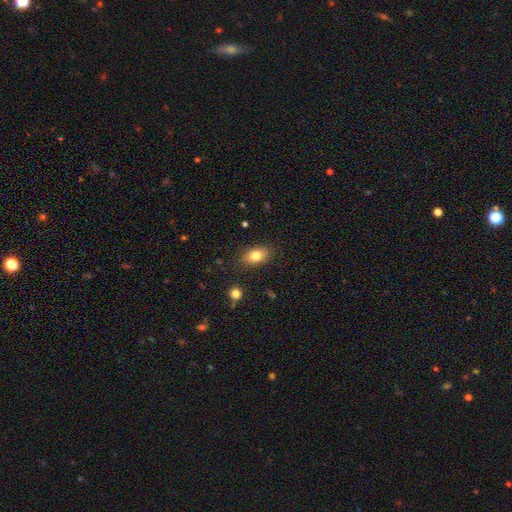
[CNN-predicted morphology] smooth_or_featured: smooth (p=0.79) [alt: featured or disk p=0.12]
how_rounded: in between (p=0.85) [alt: round p=0.12]
merging: none (p=0.85) [alt: minor disturbance p=0.11]